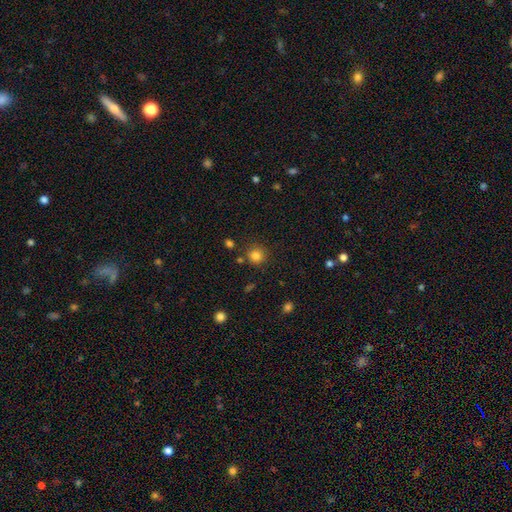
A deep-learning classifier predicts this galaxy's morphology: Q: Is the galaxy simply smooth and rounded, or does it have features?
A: smooth — 83%.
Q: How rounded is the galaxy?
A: round — 92%.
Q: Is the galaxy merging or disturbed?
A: none — 84%.